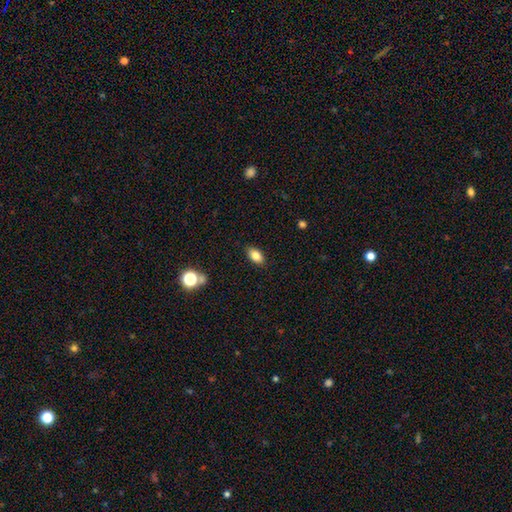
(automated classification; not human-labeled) Morphology: type=smooth (82%); roundness=in between (89%); merging=none (87%).